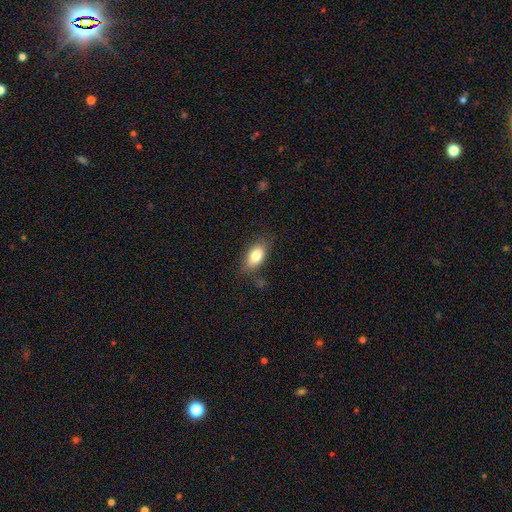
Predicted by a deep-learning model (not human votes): This appears to be a smooth galaxy with no disk features (80%) that is in between round and cigar-shaped (87%). Merging: none (74%).